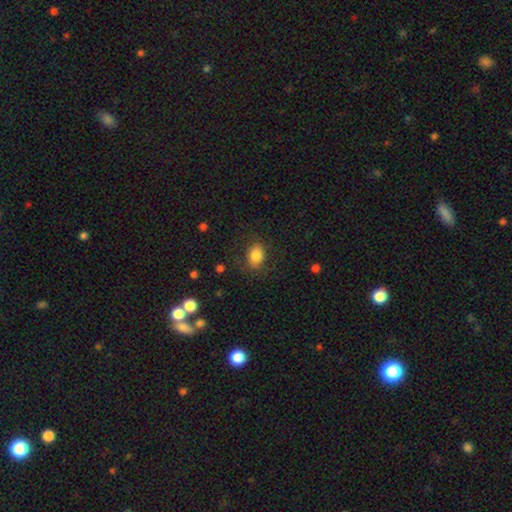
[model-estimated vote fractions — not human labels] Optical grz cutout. It shows a smooth galaxy with no disk features (82%) that is in between round and cigar-shaped (70%). Merging: none (77%).